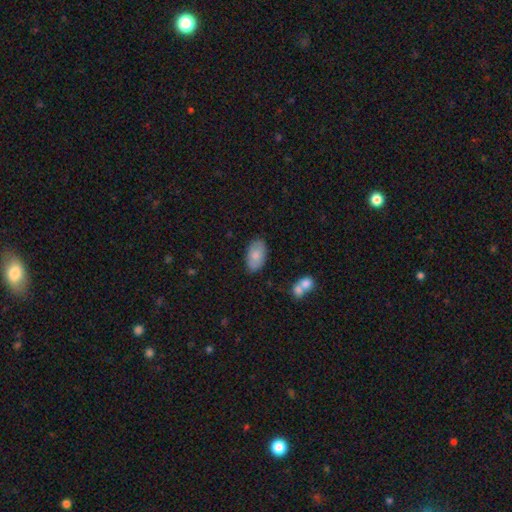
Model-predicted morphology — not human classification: Smooth or featured: smooth — 78% (featured or disk — 16%)
How rounded: in between — 94% (round — 4%)
Merging: none — 81% (minor disturbance — 14%)